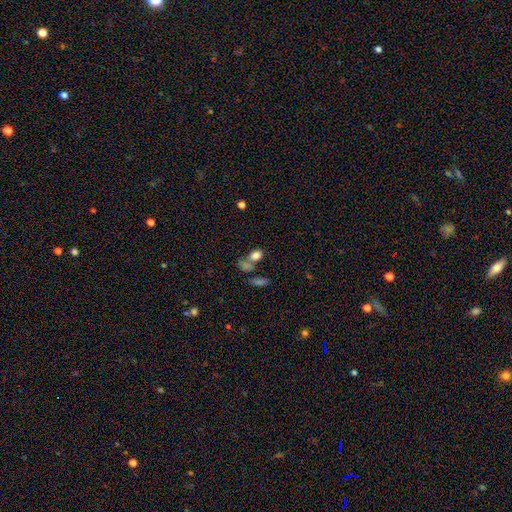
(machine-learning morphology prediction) Smooth or featured?
  - smooth: 78% *
  - star or artifact: 11%
  - featured or disk: 10%
How rounded?
  - in between: 76% *
  - round: 22%
  - cigar-shaped: 2%
Merging?
  - none: 41% *
  - merger: 39%
  - minor disturbance: 12%
  - major disturbance: 8%